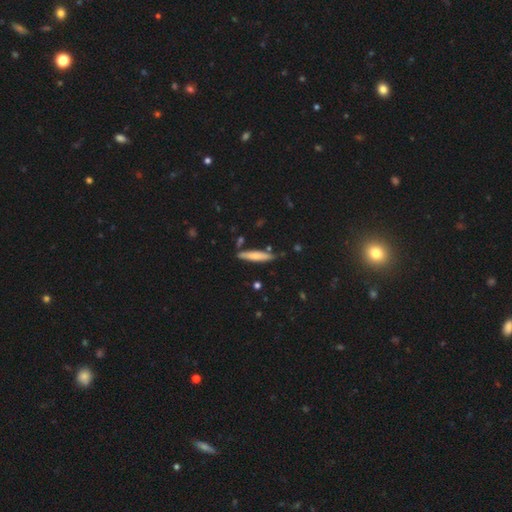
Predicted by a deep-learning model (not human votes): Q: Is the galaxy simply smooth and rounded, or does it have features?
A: smooth — 67%.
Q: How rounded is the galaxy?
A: cigar-shaped — 88%.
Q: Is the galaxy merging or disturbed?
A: none — 82%.